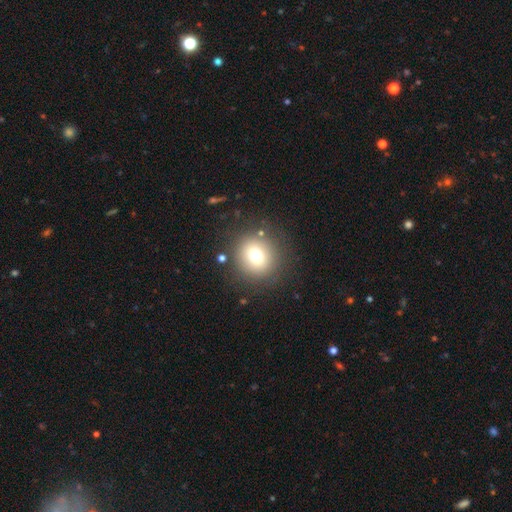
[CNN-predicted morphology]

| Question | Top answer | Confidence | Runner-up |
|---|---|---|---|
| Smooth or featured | smooth | 72% | star or artifact (15%) |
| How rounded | round | 90% | in between (9%) |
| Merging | none | 85% | minor disturbance (8%) |